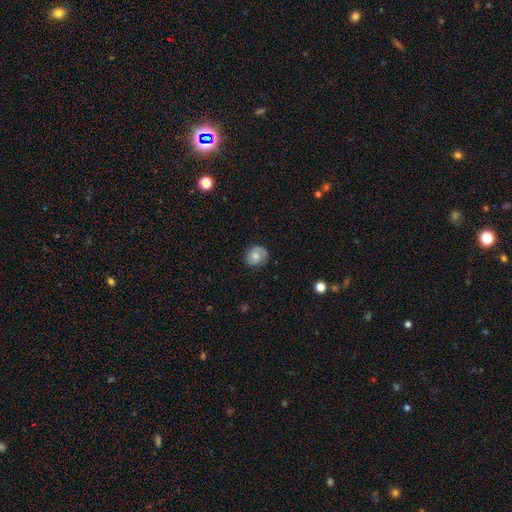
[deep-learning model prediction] The model was most divided on "smooth or featured": smooth: 48%, featured or disk: 43%, star or artifact: 9%. More confident: merging — none (75%).